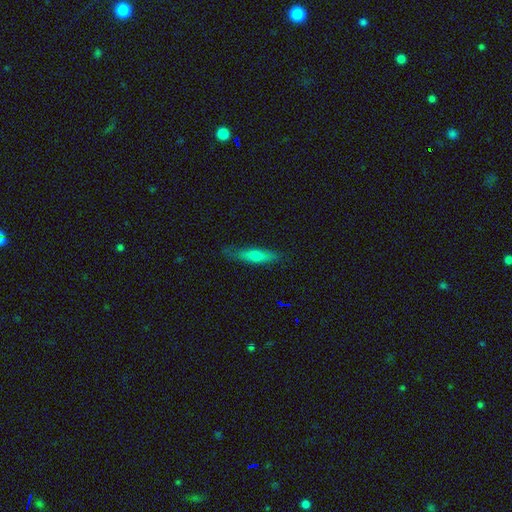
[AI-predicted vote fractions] This is possibly a smooth galaxy (57%). How rounded: likely cigar-shaped (74%). Merging: likely none (77%).